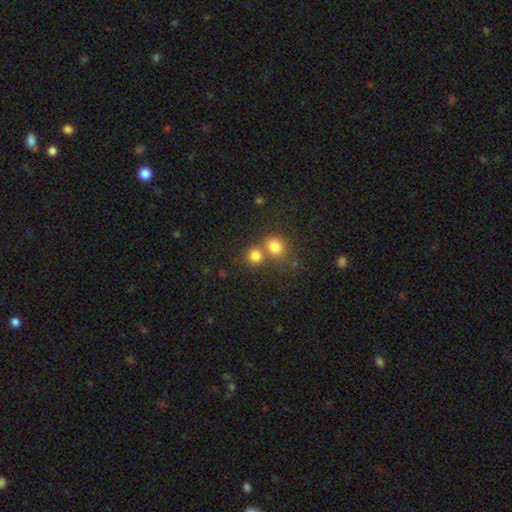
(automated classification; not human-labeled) A smooth galaxy with no disk features (79%) that is round (84%).

Vote fractions:
- Smooth or featured? smooth: 79% / star or artifact: 13% / featured or disk: 8%
- How rounded? round: 84% / in between: 15% / cigar-shaped: 1%
- Merging? none: 49% / merger: 41% / minor disturbance: 7% / major disturbance: 3%